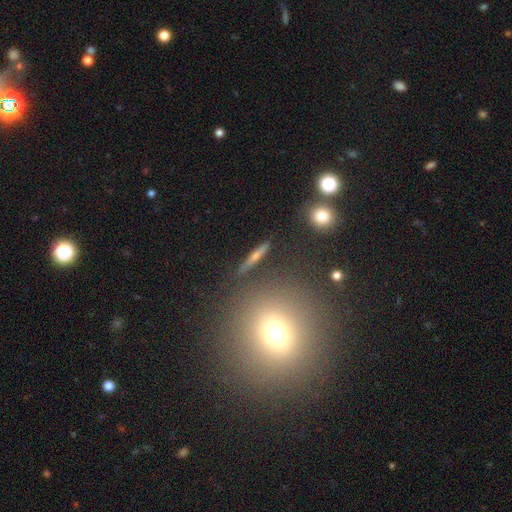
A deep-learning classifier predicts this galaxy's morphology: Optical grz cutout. It shows a smooth galaxy with no disk features (46%). Merging: none (83%).